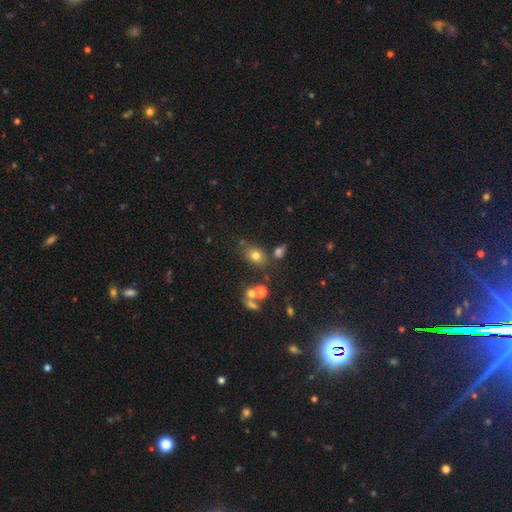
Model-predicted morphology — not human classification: Smooth or featured? smooth (74%)
How rounded? in between (63%)
Merging? none (69%)